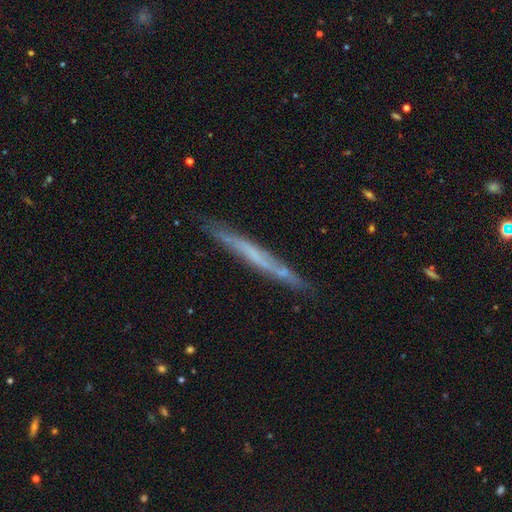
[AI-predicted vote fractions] A featured or disk galaxy (55%) viewed edge-on (91%) with no central bulge (88%).

Vote fractions:
- Smooth or featured? featured or disk: 55% / smooth: 37% / star or artifact: 7%
- Edge-on disk? yes: 91% / no: 9%
- Edge-on bulge? none: 88% / rounded: 7% / boxy: 5%
- Merging? none: 83% / minor disturbance: 12% / major disturbance: 2% / merger: 2%